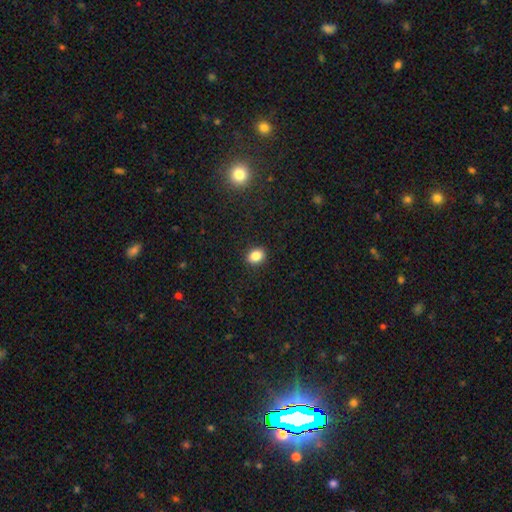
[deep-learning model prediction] smooth 85%, star or artifact 10%, featured or disk 5%. Down the decision tree: how rounded — in between (57%); merging — none (90%).